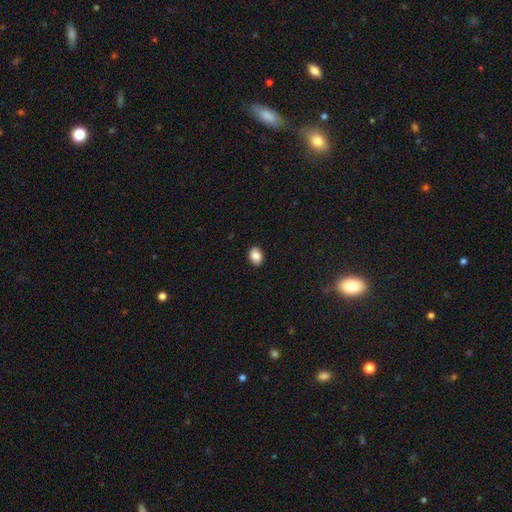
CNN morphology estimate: smooth-or-featured: smooth: 86% | star or artifact: 8% | featured or disk: 6%
  how-rounded: in between: 74% | round: 24% | cigar-shaped: 1%
  merging: none: 90% | minor disturbance: 7% | major disturbance: 2% | merger: 1%